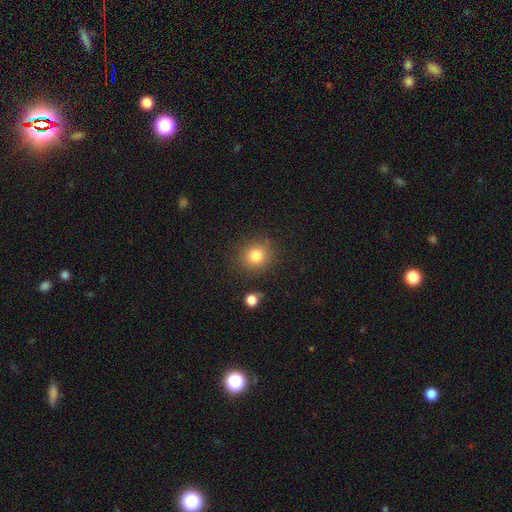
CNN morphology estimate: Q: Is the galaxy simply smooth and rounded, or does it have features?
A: smooth — 81%.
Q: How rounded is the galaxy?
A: round — 85%.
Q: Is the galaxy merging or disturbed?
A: none — 84%.